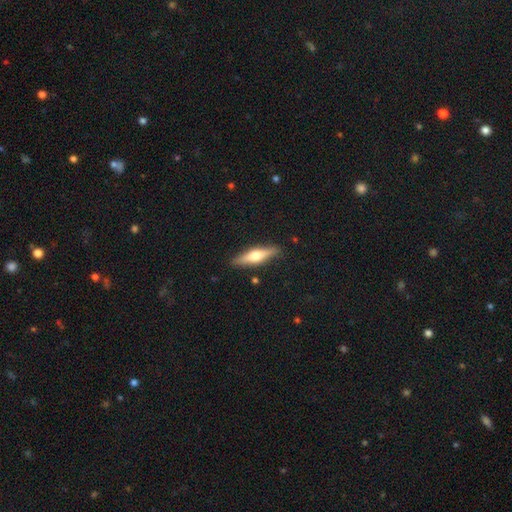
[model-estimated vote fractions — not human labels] Smooth or featured? Predicted: featured or disk (p=0.55). Edge-on disk? Predicted: yes (p=0.95). Edge-on bulge? Predicted: rounded (p=0.92). Merging? Predicted: none (p=0.88).